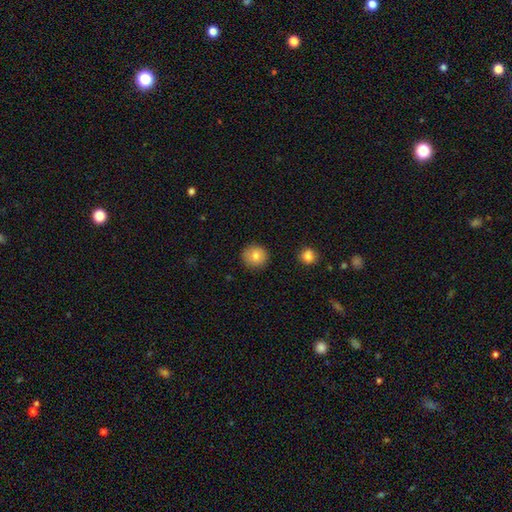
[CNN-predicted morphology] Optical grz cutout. It shows a smooth galaxy with no disk features (81%) that is round (90%). Merging: none (89%).